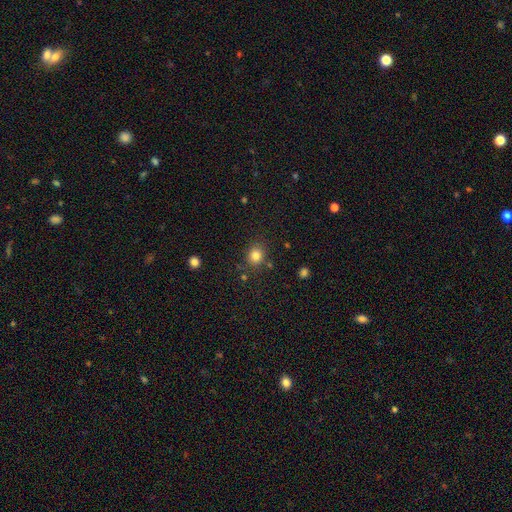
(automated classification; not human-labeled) Smooth or featured?
  - smooth: 82% *
  - star or artifact: 12%
  - featured or disk: 6%
How rounded?
  - round: 75% *
  - in between: 24%
  - cigar-shaped: 1%
Merging?
  - none: 81% *
  - minor disturbance: 11%
  - merger: 5%
  - major disturbance: 4%